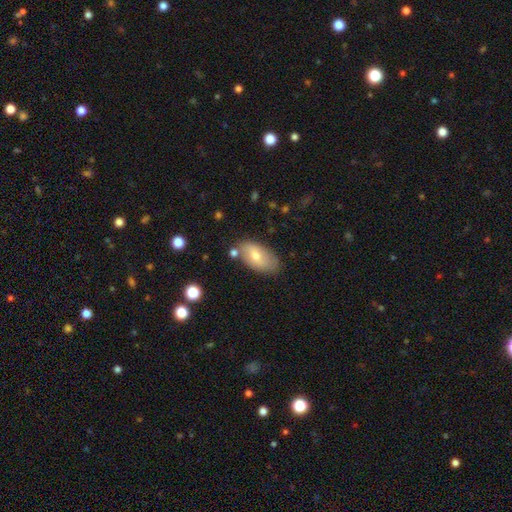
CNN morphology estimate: Smooth or featured? Predicted: smooth (p=0.67). How rounded? Predicted: in between (p=0.94). Merging? Predicted: none (p=0.72).